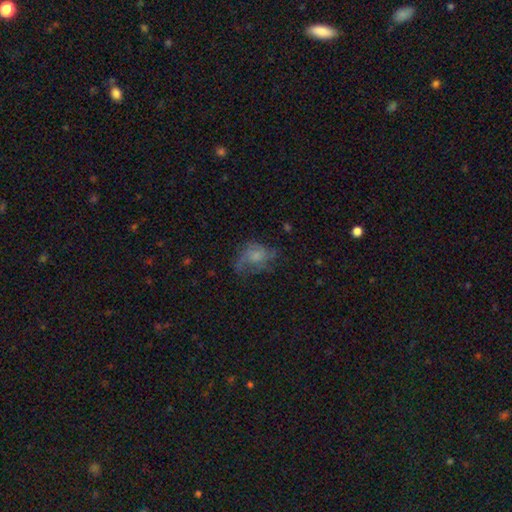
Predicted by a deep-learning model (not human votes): Smooth or featured? Predicted: featured or disk (p=0.44). Merging? Predicted: none (p=0.43).